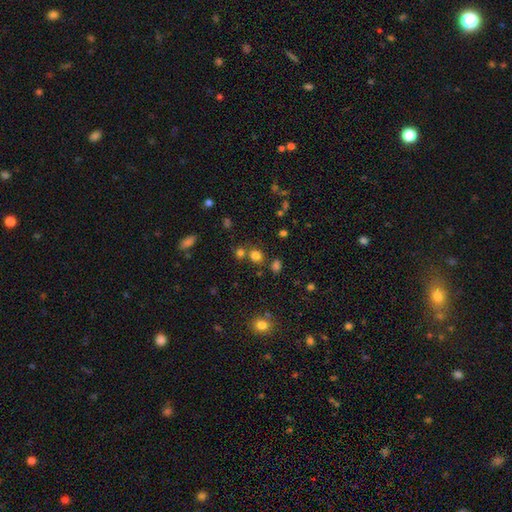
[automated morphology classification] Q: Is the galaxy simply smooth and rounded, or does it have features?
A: smooth — 75%.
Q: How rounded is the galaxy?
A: round — 72%.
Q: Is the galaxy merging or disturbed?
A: none — 70%.